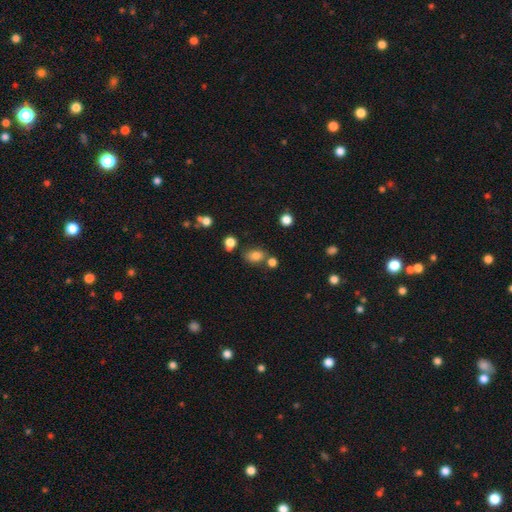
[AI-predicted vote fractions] Smooth or featured? smooth (80%)
How rounded? in between (75%)
Merging? none (68%)